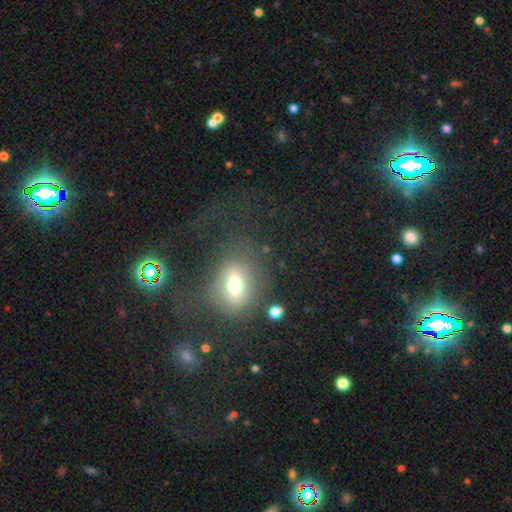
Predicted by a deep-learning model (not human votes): Smooth or featured? smooth (53%)
How rounded? in between (65%)
Merging? none (50%)